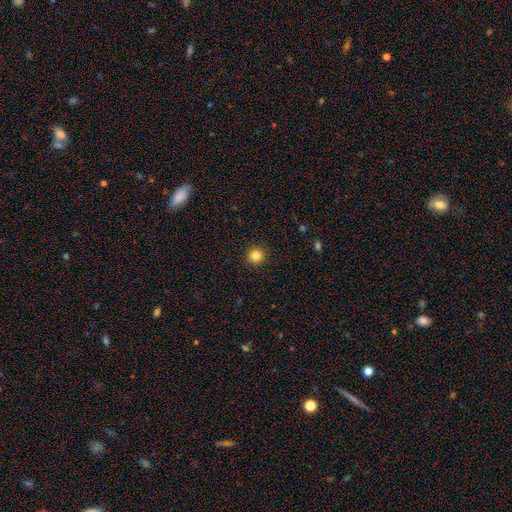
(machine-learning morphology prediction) Smooth or featured? smooth (83%)
How rounded? round (94%)
Merging? none (93%)